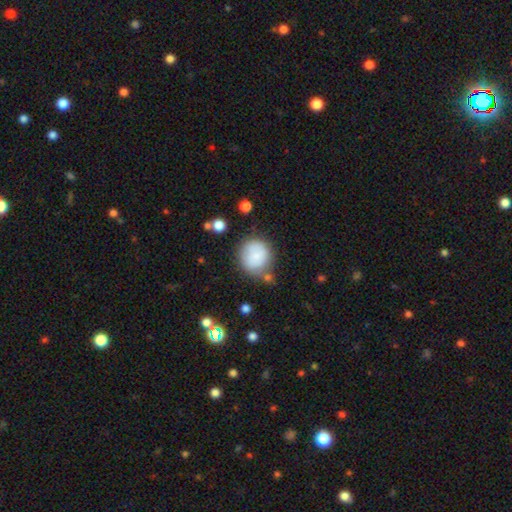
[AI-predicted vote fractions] Smooth or featured: smooth — 78% (featured or disk — 14%)
How rounded: round — 87% (in between — 13%)
Merging: none — 64% (minor disturbance — 20%)